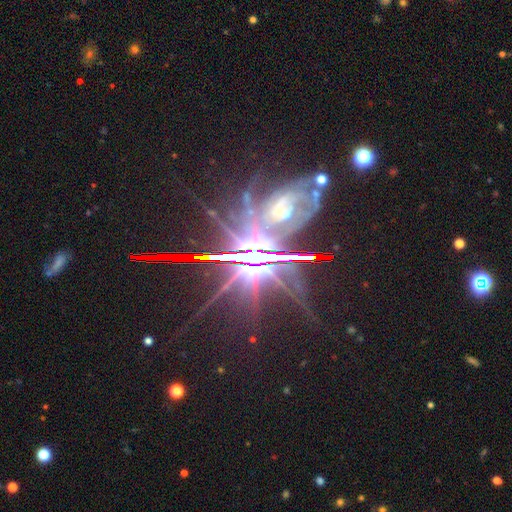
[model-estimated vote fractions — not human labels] Overall: star or artifact (72%).